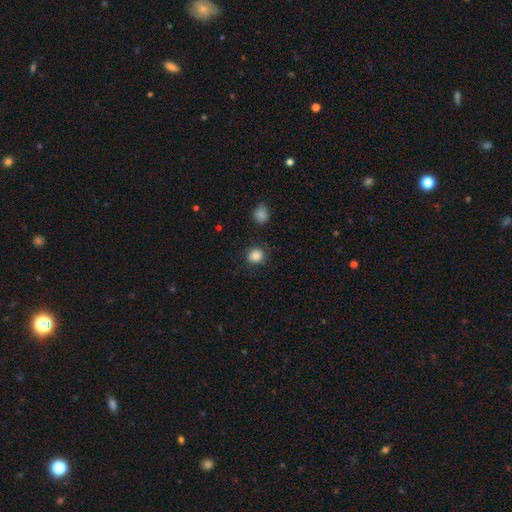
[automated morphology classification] type=smooth (87%); roundness=round (79%); merging=none (83%).